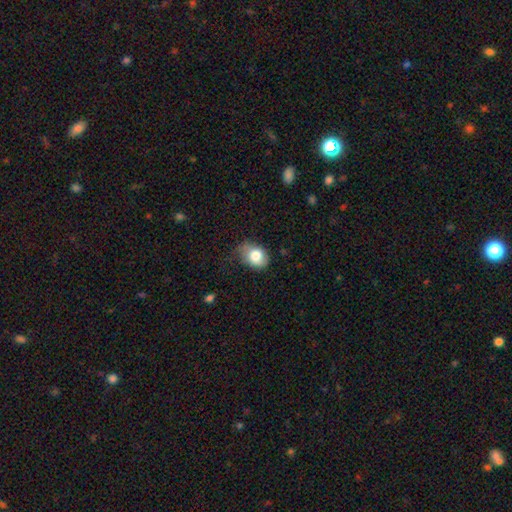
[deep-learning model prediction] Smooth or featured? Predicted: smooth (p=0.80). How rounded? Predicted: in between (p=0.66). Merging? Predicted: none (p=0.54).